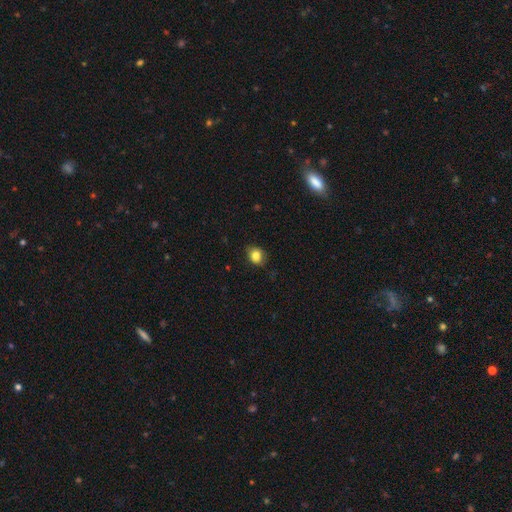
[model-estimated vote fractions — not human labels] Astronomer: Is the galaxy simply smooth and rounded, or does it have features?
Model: smooth — 84%.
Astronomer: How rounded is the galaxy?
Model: in between — 50% (runner-up: round, 49%).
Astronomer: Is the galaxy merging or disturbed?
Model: none — 77%.